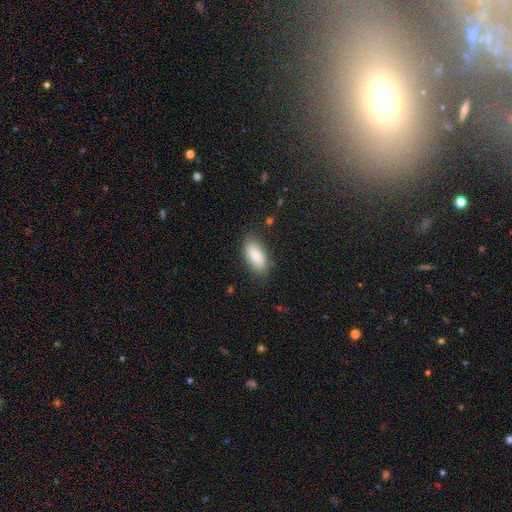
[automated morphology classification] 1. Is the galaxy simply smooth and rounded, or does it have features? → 87% smooth, 7% featured or disk, 6% star or artifact.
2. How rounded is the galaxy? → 88% in between, 9% cigar-shaped, 2% round.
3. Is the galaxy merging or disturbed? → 83% none, 13% minor disturbance, 3% major disturbance, 1% merger.